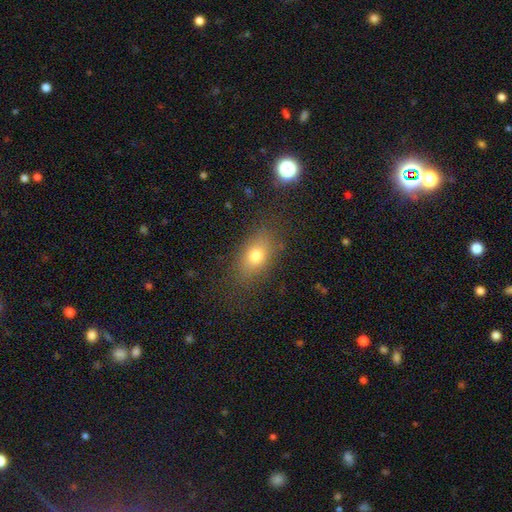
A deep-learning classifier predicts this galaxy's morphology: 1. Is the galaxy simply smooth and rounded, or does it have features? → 74% smooth, 14% featured or disk, 12% star or artifact.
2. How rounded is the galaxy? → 77% in between, 17% round, 6% cigar-shaped.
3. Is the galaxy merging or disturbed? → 80% none, 13% minor disturbance, 5% major disturbance, 2% merger.